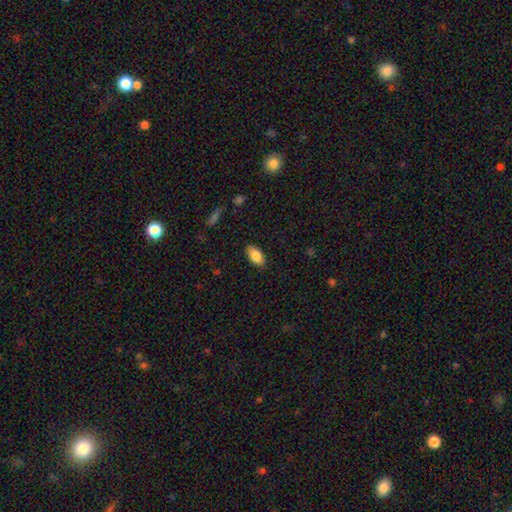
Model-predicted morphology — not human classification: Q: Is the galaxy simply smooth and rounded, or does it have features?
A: smooth — 86%.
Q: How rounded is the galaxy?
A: in between — 93%.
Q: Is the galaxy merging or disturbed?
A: none — 87%.